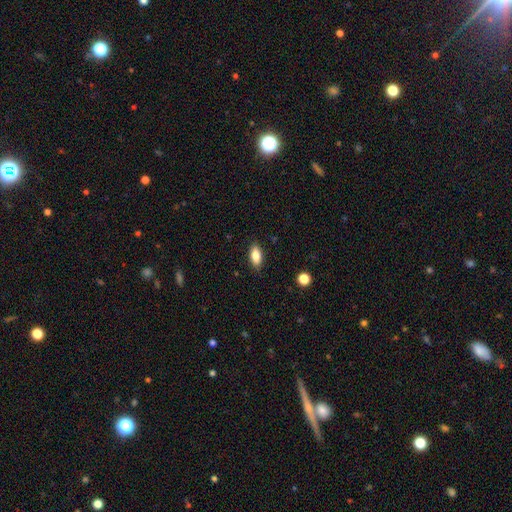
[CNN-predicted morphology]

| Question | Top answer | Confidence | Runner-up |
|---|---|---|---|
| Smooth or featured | smooth | 85% | featured or disk (8%) |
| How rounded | in between | 88% | cigar-shaped (9%) |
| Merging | none | 86% | minor disturbance (10%) |